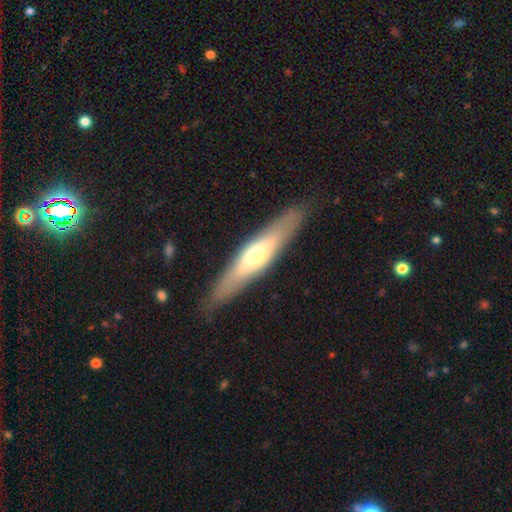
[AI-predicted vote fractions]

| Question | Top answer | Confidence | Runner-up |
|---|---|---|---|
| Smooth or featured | featured or disk | 50% | smooth (44%) |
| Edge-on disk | yes | 81% | no (19%) |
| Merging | none | 87% | minor disturbance (9%) |